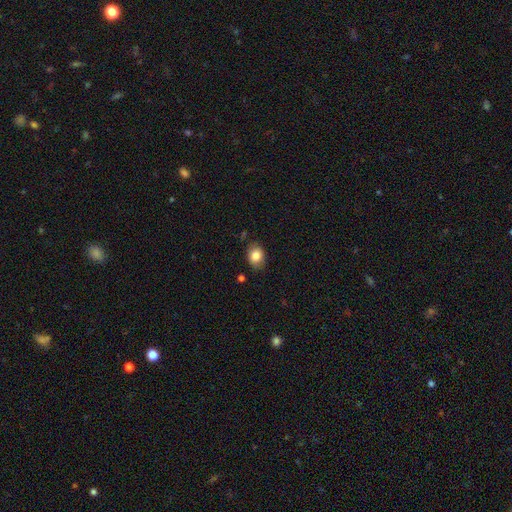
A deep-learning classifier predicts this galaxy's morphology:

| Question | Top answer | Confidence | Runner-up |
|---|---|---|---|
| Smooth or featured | smooth | 83% | featured or disk (9%) |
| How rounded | in between | 66% | round (33%) |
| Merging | none | 79% | minor disturbance (15%) |